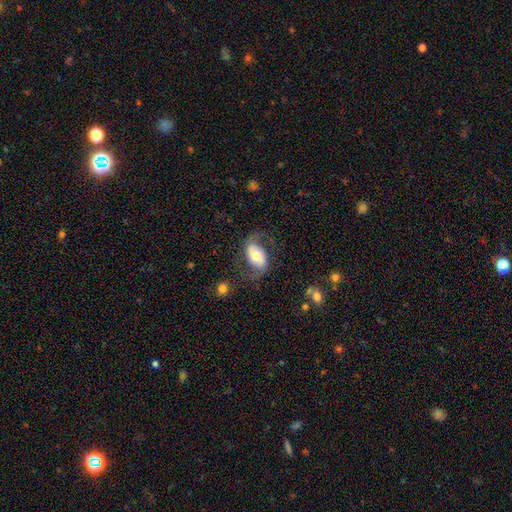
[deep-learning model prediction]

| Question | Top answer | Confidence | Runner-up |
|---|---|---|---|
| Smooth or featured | featured or disk | 61% | smooth (32%) |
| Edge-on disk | no | 95% | yes (5%) |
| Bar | no | 45% | weak (32%) |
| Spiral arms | yes | 85% | no (15%) |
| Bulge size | moderate | 65% | large (16%) |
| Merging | none | 59% | minor disturbance (21%) |